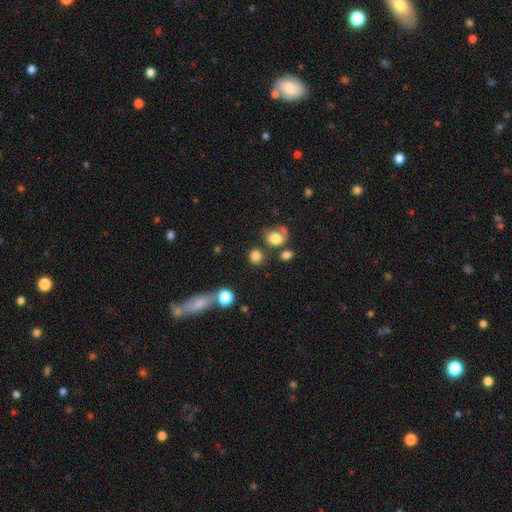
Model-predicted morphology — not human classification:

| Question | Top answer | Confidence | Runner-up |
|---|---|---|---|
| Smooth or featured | smooth | 81% | star or artifact (12%) |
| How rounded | round | 84% | in between (15%) |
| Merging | none | 71% | merger (12%) |